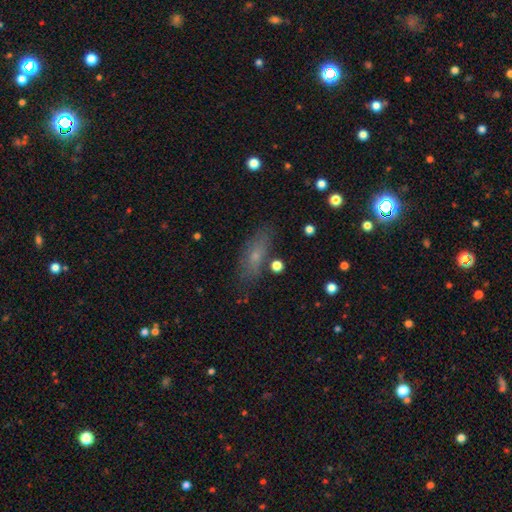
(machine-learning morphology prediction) Smooth or featured: smooth — 59% (featured or disk — 27%)
How rounded: in between — 62% (cigar-shaped — 33%)
Merging: none — 77% (minor disturbance — 15%)